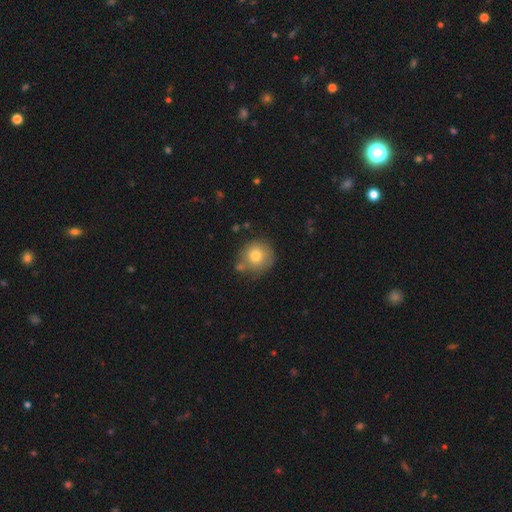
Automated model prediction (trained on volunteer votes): Smooth or featured? Predicted: smooth (p=0.77). How rounded? Predicted: round (p=0.93). Merging? Predicted: none (p=0.69).